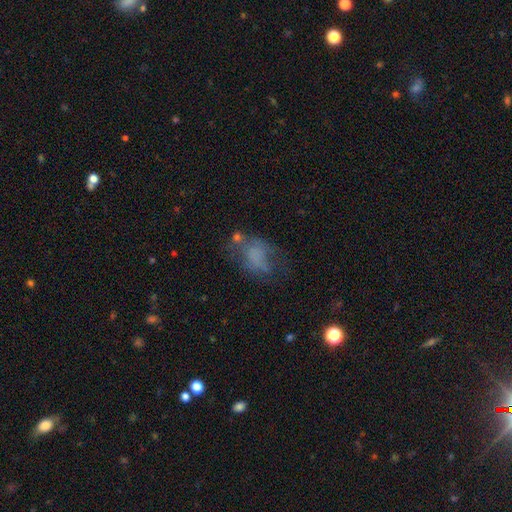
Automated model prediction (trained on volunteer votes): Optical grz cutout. It shows a smooth galaxy with no disk features (52%) that is in between round and cigar-shaped (73%). Merging: none (40%).